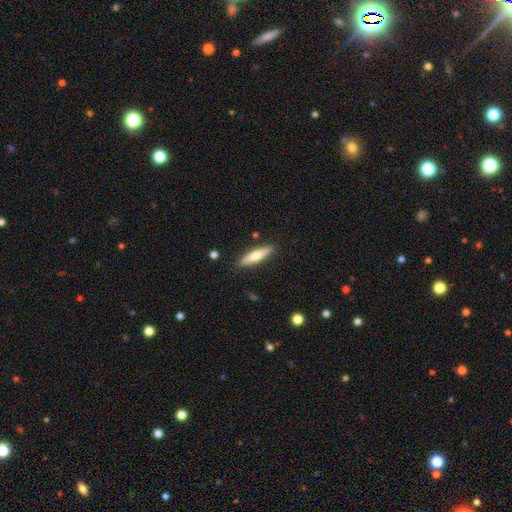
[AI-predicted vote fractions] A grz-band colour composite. It shows a smooth galaxy with no disk features (50%). Merging: none (89%).